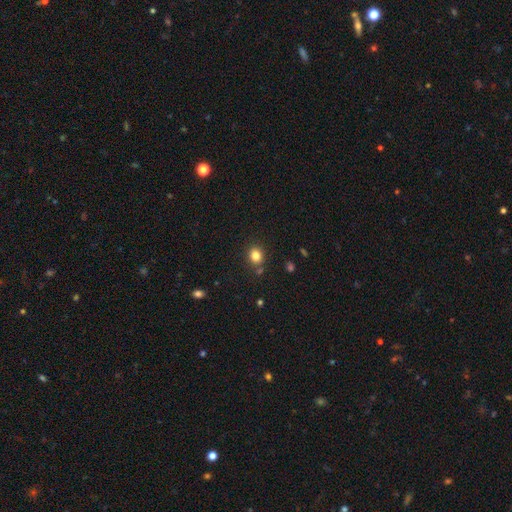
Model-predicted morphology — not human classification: A smooth galaxy with no disk features (82%) that is round (67%).

Vote fractions:
- Smooth or featured? smooth: 82% / star or artifact: 12% / featured or disk: 6%
- How rounded? round: 67% / in between: 32% / cigar-shaped: 1%
- Merging? none: 80% / minor disturbance: 10% / merger: 7% / major disturbance: 3%